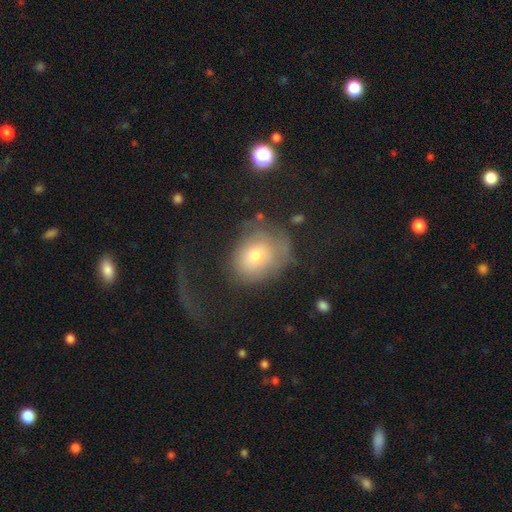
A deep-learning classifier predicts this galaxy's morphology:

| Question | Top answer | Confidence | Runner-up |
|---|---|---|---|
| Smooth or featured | smooth | 62% | featured or disk (28%) |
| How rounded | in between | 51% | round (48%) |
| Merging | none | 41% | major disturbance (36%) |